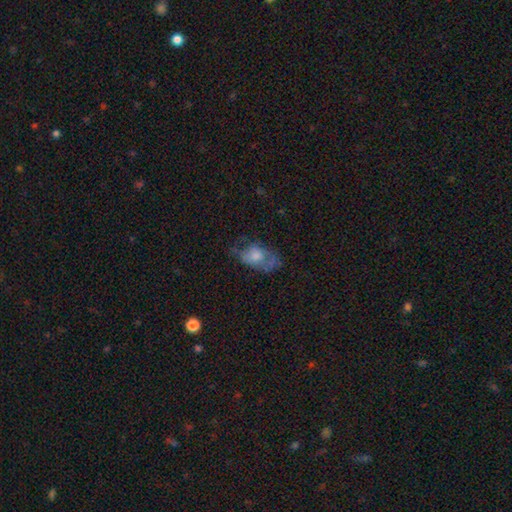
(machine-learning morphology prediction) Smooth or featured: smooth — 55% (featured or disk — 35%)
How rounded: in between — 85% (round — 13%)
Merging: none — 40% (minor disturbance — 28%)